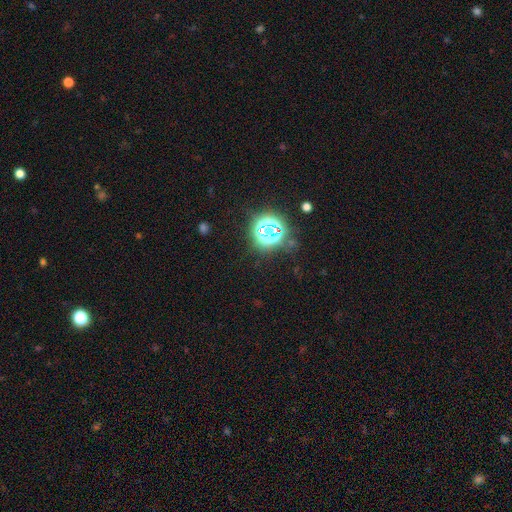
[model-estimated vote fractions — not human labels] Smooth or featured? star or artifact (79%)